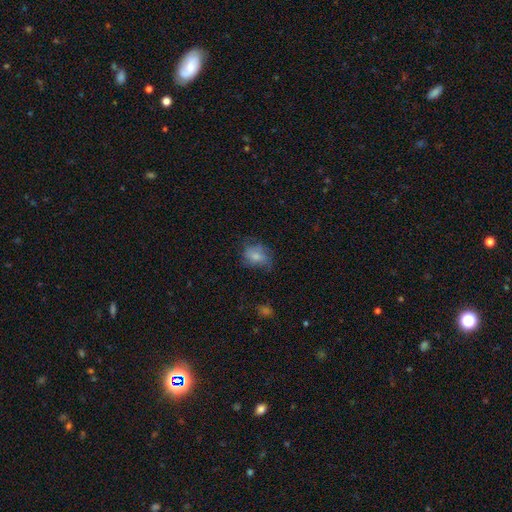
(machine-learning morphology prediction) smooth-or-featured: smooth: 69% | featured or disk: 21% | star or artifact: 10%
  how-rounded: in between: 57% | round: 41% | cigar-shaped: 1%
  merging: none: 51% | minor disturbance: 29% | major disturbance: 18% | merger: 2%